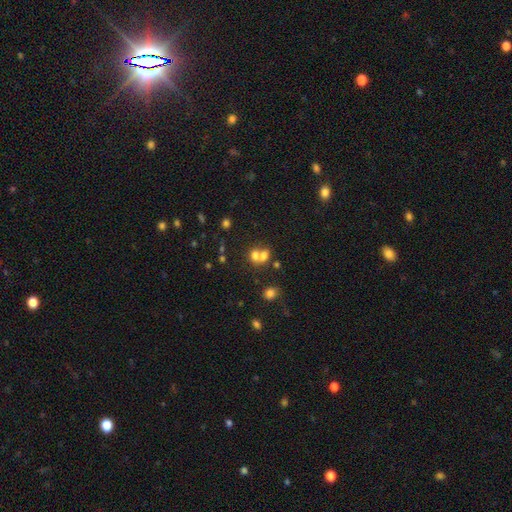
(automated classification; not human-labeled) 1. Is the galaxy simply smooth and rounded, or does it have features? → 66% smooth, 18% featured or disk, 16% star or artifact.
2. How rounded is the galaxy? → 58% round, 40% in between, 1% cigar-shaped.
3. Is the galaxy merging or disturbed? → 63% merger, 27% none, 6% minor disturbance, 4% major disturbance.